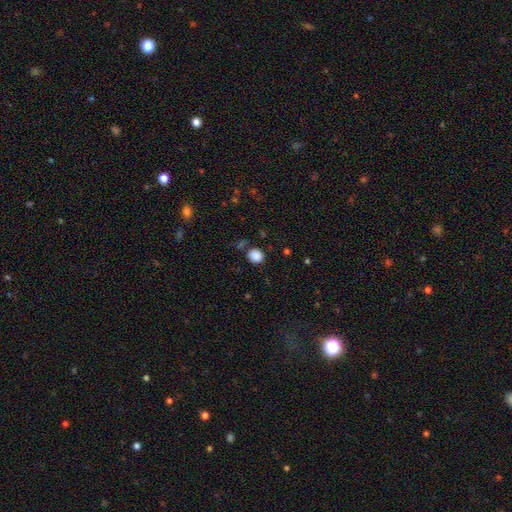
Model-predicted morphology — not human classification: Smooth or featured: smooth — 87% (star or artifact — 10%)
How rounded: round — 79% (in between — 20%)
Merging: none — 83% (minor disturbance — 10%)